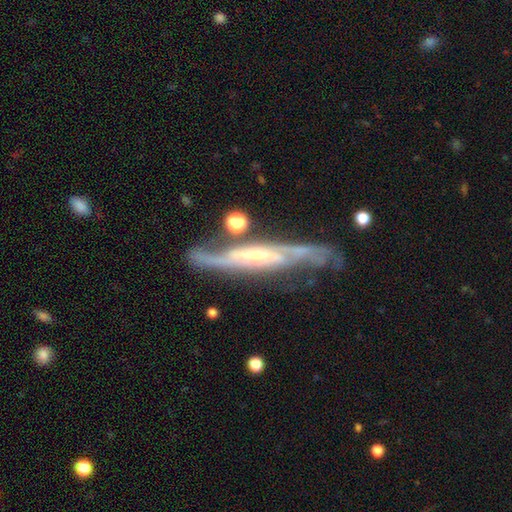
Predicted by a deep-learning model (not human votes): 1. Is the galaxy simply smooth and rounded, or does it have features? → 86% featured or disk, 9% smooth, 5% star or artifact.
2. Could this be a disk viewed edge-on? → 56% no, 44% yes.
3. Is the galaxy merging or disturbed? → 60% none, 21% minor disturbance, 13% major disturbance, 7% merger.